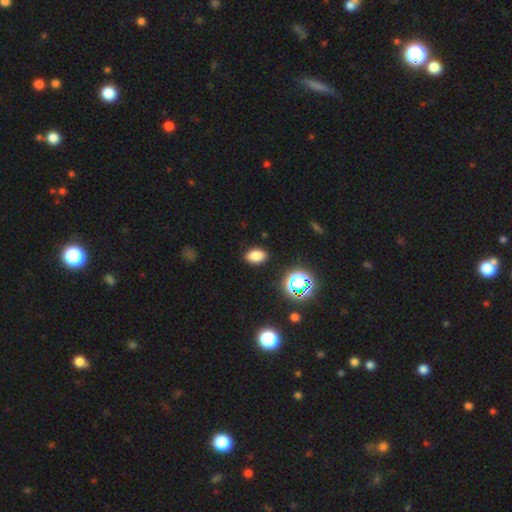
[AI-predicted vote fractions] This appears to be a smooth galaxy with no disk features (78%) that is in between round and cigar-shaped (86%). Merging: none (88%).